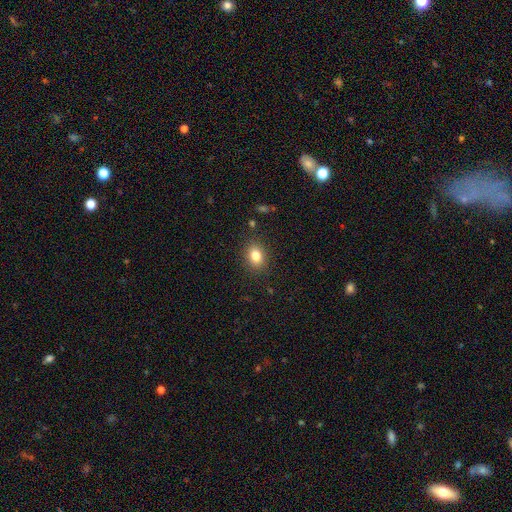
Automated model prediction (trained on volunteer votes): smooth-or-featured: smooth: 82% | star or artifact: 10% | featured or disk: 7%
  how-rounded: in between: 62% | round: 37% | cigar-shaped: 1%
  merging: none: 87% | minor disturbance: 9% | major disturbance: 3% | merger: 1%